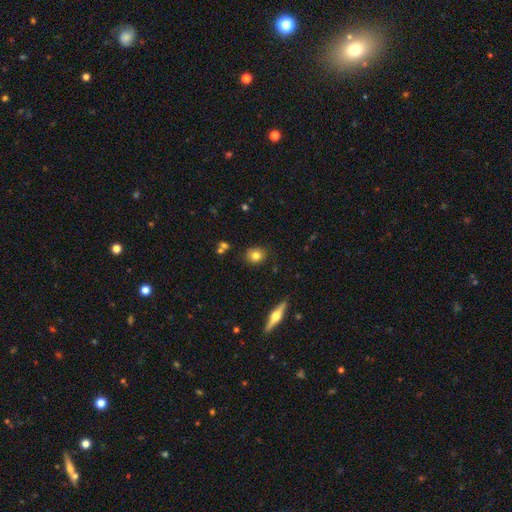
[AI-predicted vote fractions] Overall: smooth (78%). How rounded: round (72%). Merging: none (85%).